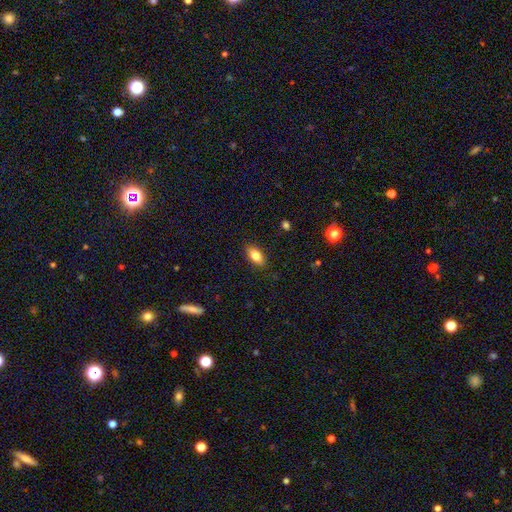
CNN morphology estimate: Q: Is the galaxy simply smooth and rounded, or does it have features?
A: smooth — 82%.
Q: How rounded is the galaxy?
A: in between — 89%.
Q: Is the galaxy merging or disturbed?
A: none — 88%.